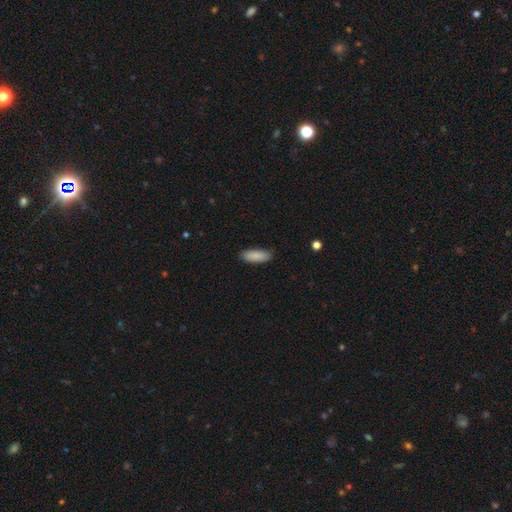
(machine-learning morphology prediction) smooth 89%, star or artifact 6%, featured or disk 5%. Down the decision tree: how rounded — in between (70%); merging — none (87%).